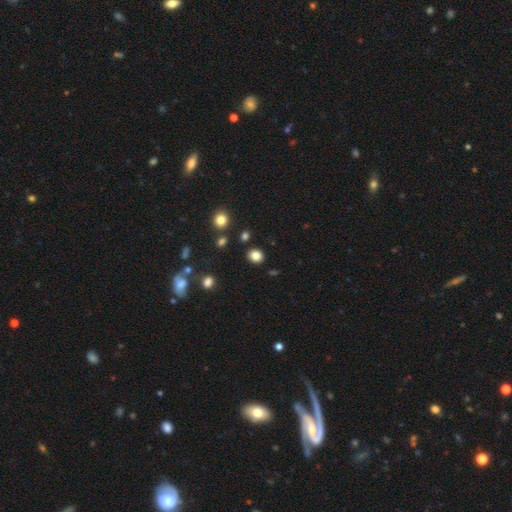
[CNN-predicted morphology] Smooth or featured?
  - smooth: 83% *
  - star or artifact: 12%
  - featured or disk: 5%
How rounded?
  - round: 75% *
  - in between: 24%
  - cigar-shaped: 1%
Merging?
  - none: 88% *
  - minor disturbance: 7%
  - merger: 3%
  - major disturbance: 2%